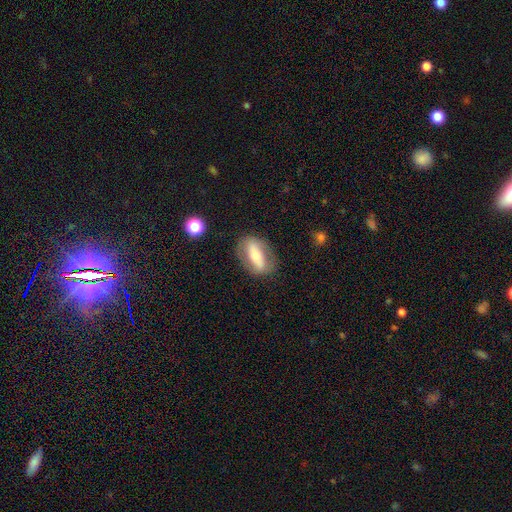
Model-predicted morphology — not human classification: type=featured or disk (53%); edge-on=no (76%); merging=none (78%).